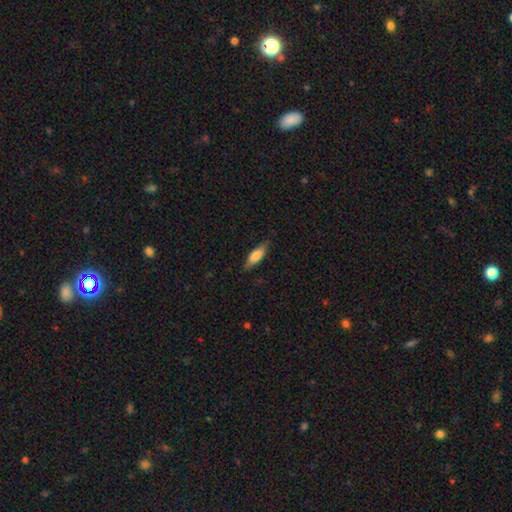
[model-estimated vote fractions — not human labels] Smooth or featured? smooth (71%)
How rounded? in between (52%)
Merging? none (79%)